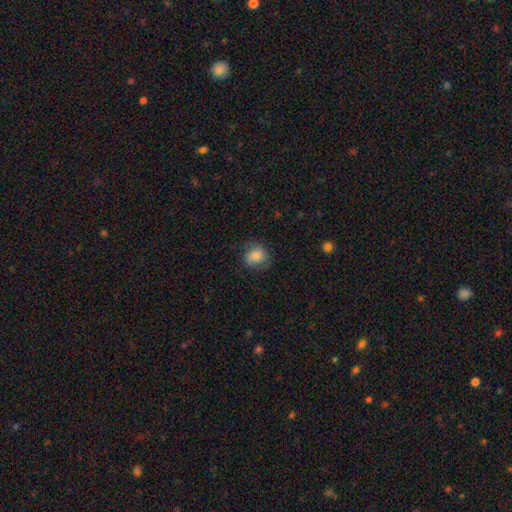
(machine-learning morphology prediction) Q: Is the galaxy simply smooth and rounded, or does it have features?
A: smooth — 67%.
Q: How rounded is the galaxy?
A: round — 73%.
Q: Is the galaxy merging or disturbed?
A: none — 70%.